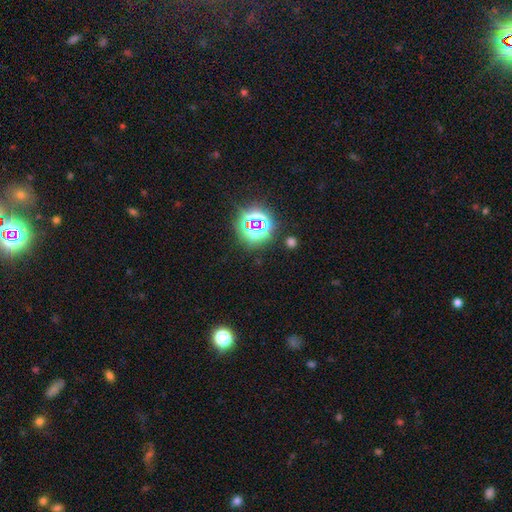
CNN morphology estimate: Smooth or featured? star or artifact (75%)